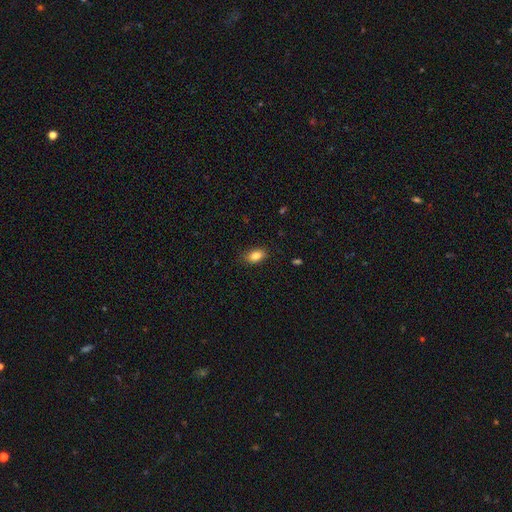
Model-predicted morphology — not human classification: smooth 84%, star or artifact 9%, featured or disk 8%. Down the decision tree: how rounded — in between (88%); merging — none (85%).